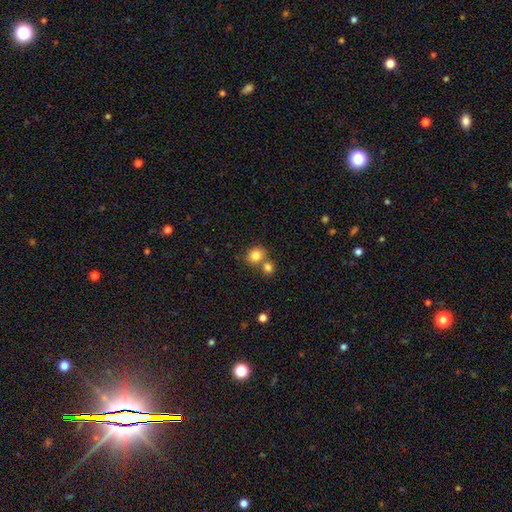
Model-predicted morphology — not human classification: smooth-or-featured: smooth: 82% | star or artifact: 11% | featured or disk: 7%
  how-rounded: round: 77% | in between: 22% | cigar-shaped: 1%
  merging: none: 55% | merger: 34% | minor disturbance: 8% | major disturbance: 3%